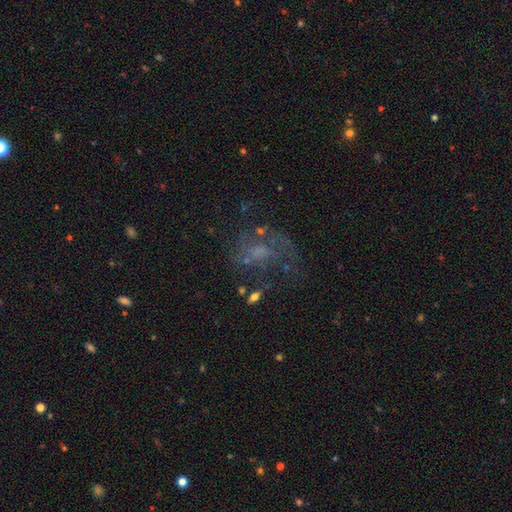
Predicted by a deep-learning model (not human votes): Overall: featured or disk (54%; star or artifact 28%). Edge-on disk: no (97%). Bar: no (60%; weak 32%). Spiral arms: yes (69%; no 31%). Bulge size: small (50%; none 23%). Merging: none (51%; major disturbance 26%).